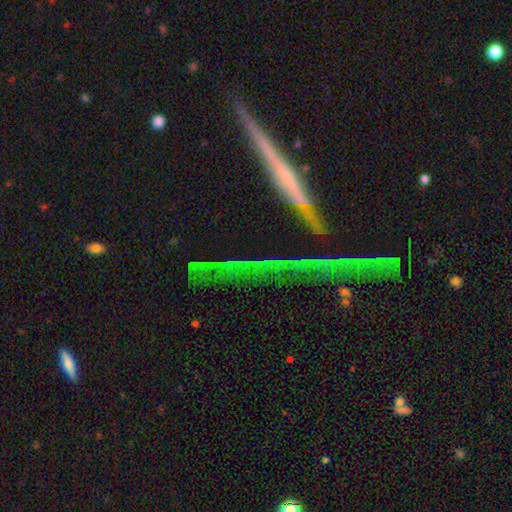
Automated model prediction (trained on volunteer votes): This appears to be a star or artifact, not a galaxy (46%).